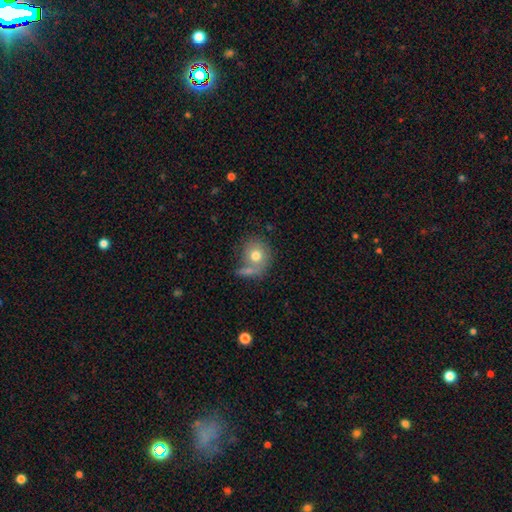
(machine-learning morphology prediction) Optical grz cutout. It shows a smooth galaxy with no disk features (74%) that is round (81%). Merging: none (50%).